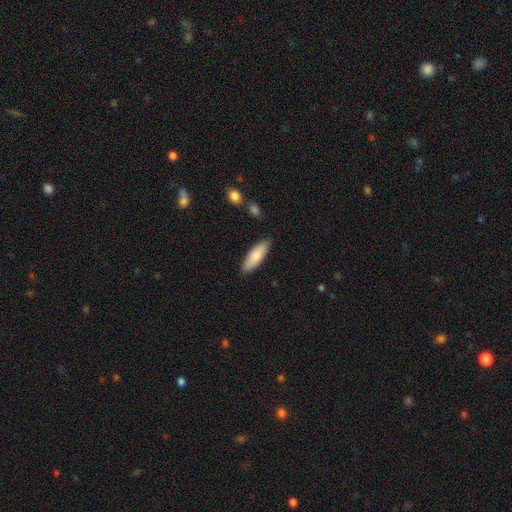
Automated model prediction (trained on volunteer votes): Q: Smooth or featured?
A: smooth (83%); runner-up: featured or disk (11%)
Q: How rounded?
A: in between (57%); runner-up: cigar-shaped (42%)
Q: Merging?
A: none (87%); runner-up: minor disturbance (10%)